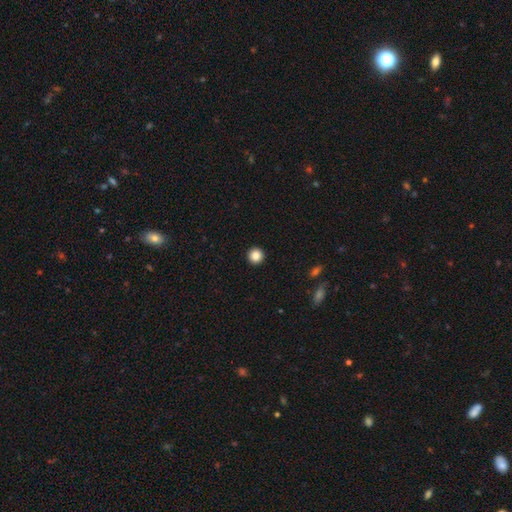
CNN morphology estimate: Overall: smooth (87%). How rounded: round (96%). Merging: none (94%).